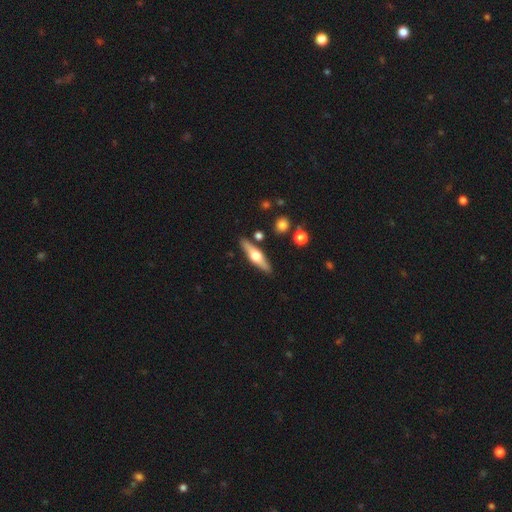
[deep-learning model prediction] Morphology: type=featured or disk (64%); edge-on=yes (95%); edge-on bulge=rounded (95%); merging=none (87%).